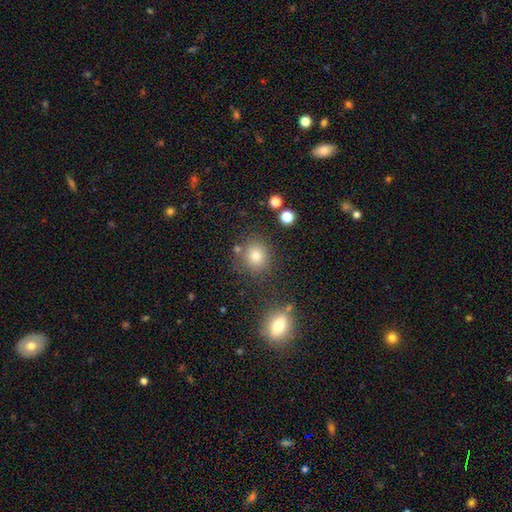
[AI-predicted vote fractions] A smooth galaxy with no disk features (78%) that is round (83%).

Vote fractions:
- Smooth or featured? smooth: 78% / star or artifact: 14% / featured or disk: 8%
- How rounded? round: 83% / in between: 16% / cigar-shaped: 1%
- Merging? none: 79% / minor disturbance: 10% / merger: 8% / major disturbance: 4%